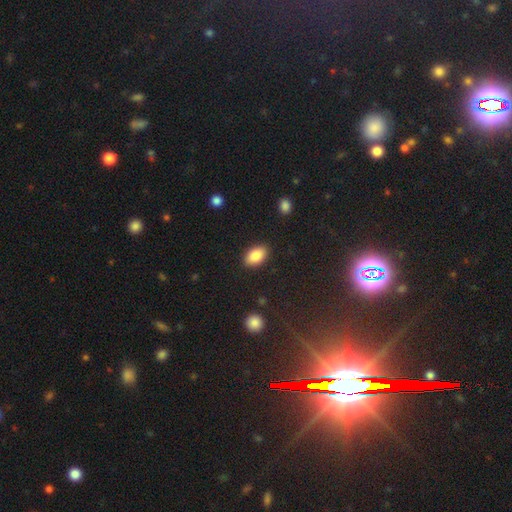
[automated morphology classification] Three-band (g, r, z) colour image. It shows a smooth galaxy with no disk features (87%) that is in between round and cigar-shaped (91%). Merging: none (88%).